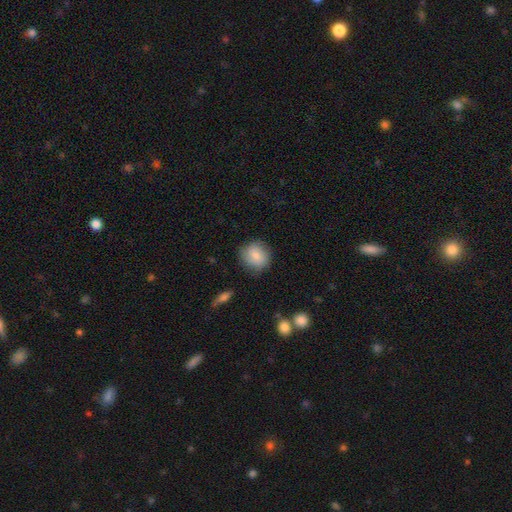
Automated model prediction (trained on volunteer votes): This appears to be a smooth galaxy with no disk features (79%) that is round (83%). Merging: none (79%).